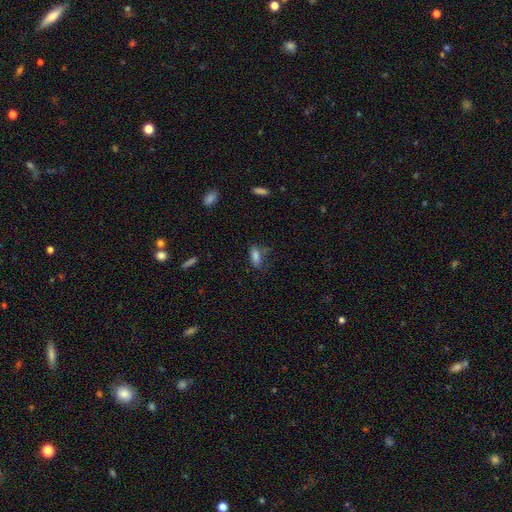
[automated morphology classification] Overall: smooth (81%). How rounded: in between (80%). Merging: none (63%; minor disturbance 24%).